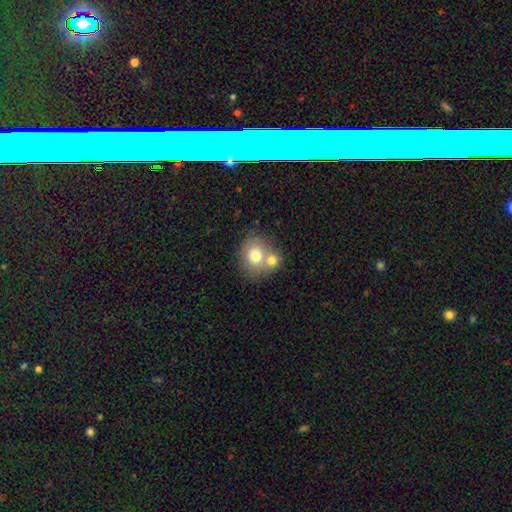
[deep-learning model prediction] smooth 71%, featured or disk 20%, star or artifact 9%. Down the decision tree: how rounded — round (71%); merging — merger (53%).